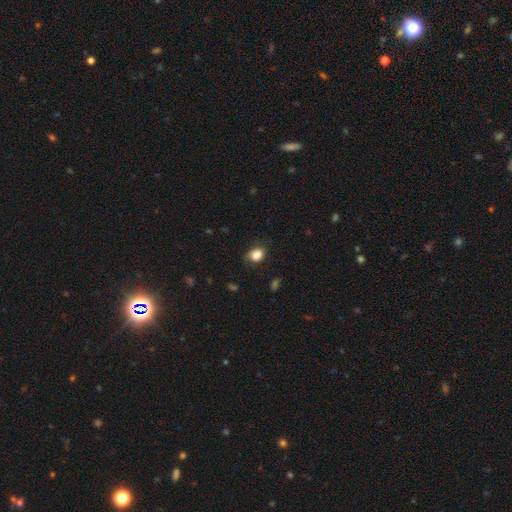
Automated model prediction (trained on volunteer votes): Smooth or featured?
  - smooth: 83% *
  - star or artifact: 9%
  - featured or disk: 8%
How rounded?
  - in between: 64% *
  - round: 35%
  - cigar-shaped: 1%
Merging?
  - none: 64% *
  - minor disturbance: 26%
  - major disturbance: 8%
  - merger: 2%